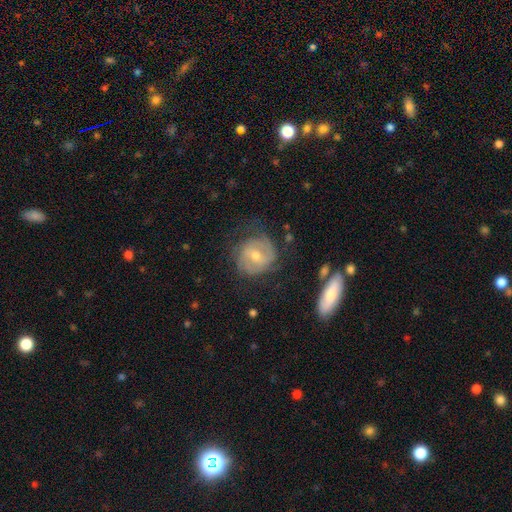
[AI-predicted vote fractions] Morphology: type=featured or disk (69%); edge-on=no (96%); bar=weak (48%); spiral arms=yes (83%); winding=tight (47%); arm count=2 (59%); bulge=moderate (55%); merging=none (65%).